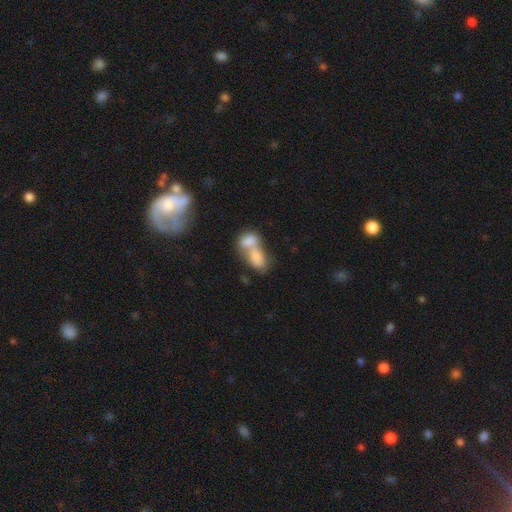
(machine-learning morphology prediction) This appears to be a smooth galaxy with no disk features (78%) that is in between round and cigar-shaped (89%). Merging: merger (75%).